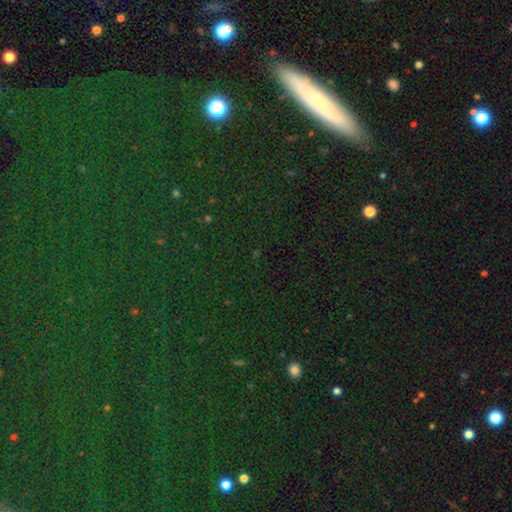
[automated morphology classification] smooth_or_featured: star or artifact (p=0.58) [alt: smooth p=0.25]